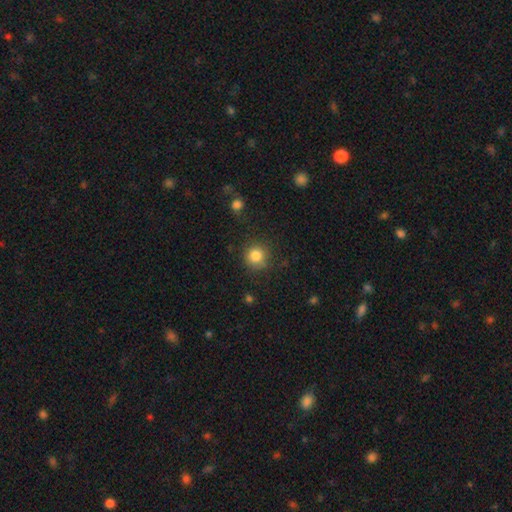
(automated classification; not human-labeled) The model was most divided on "merging": none: 82%, minor disturbance: 11%, major disturbance: 4%, merger: 2%. More confident: how rounded — round (92%); smooth or featured — smooth (84%).